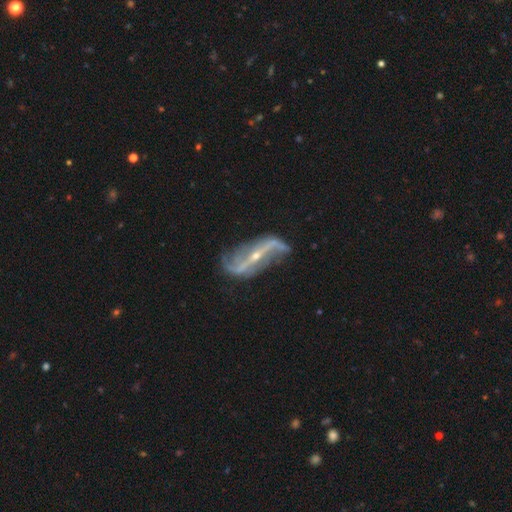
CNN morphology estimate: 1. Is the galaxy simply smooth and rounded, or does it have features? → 90% featured or disk, 6% star or artifact, 4% smooth.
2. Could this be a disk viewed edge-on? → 90% no, 10% yes.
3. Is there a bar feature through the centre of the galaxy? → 66% strong, 20% weak, 14% no.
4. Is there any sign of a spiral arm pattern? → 94% yes, 6% no.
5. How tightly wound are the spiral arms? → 81% loose, 13% medium, 6% tight.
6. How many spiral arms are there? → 92% 2, 2% can't tell, 2% 1, 1% 3, 1% 4, 1% more than 4.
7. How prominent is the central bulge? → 74% small, 22% moderate, 1% none, 1% large, 1% dominant.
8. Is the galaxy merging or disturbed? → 68% none, 20% minor disturbance, 9% major disturbance, 3% merger.